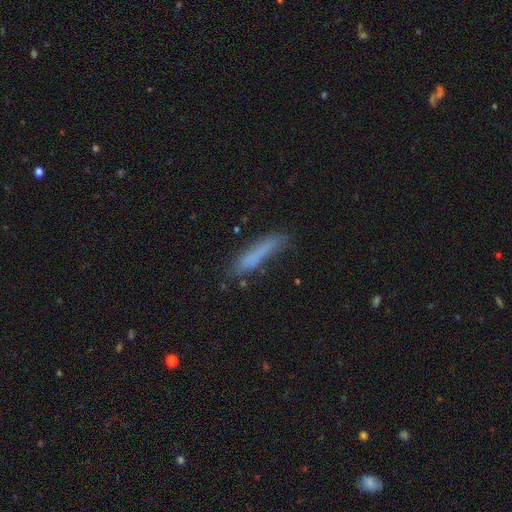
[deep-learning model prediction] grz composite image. It shows a smooth galaxy with no disk features (73%) that is cigar-shaped (89%). Merging: none (68%).